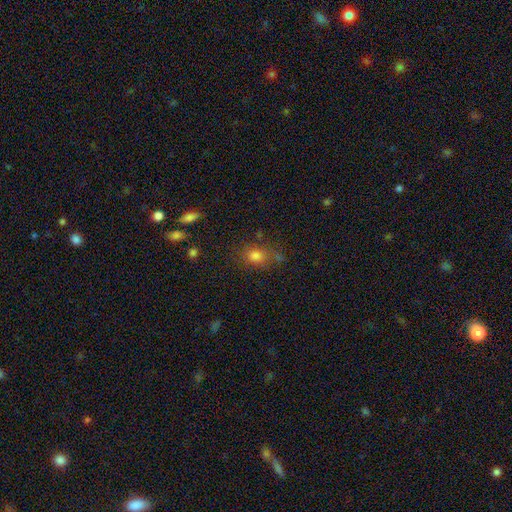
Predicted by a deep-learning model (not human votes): Morphology: type=smooth (77%); roundness=in between (53%); merging=none (63%).